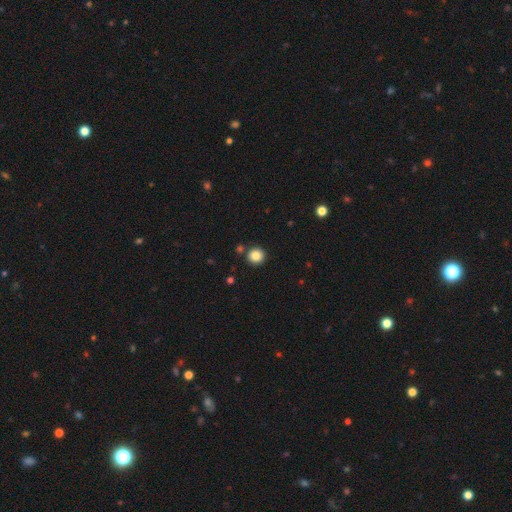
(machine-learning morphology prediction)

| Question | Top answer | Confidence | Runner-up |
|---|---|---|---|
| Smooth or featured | smooth | 85% | star or artifact (11%) |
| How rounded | round | 93% | in between (6%) |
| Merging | none | 85% | minor disturbance (7%) |